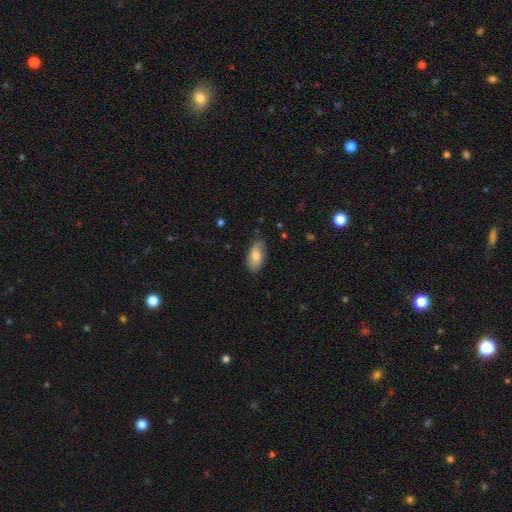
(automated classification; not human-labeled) The model was most divided on "smooth or featured": smooth: 72%, featured or disk: 21%, star or artifact: 7%. More confident: how rounded — in between (92%); merging — none (77%).